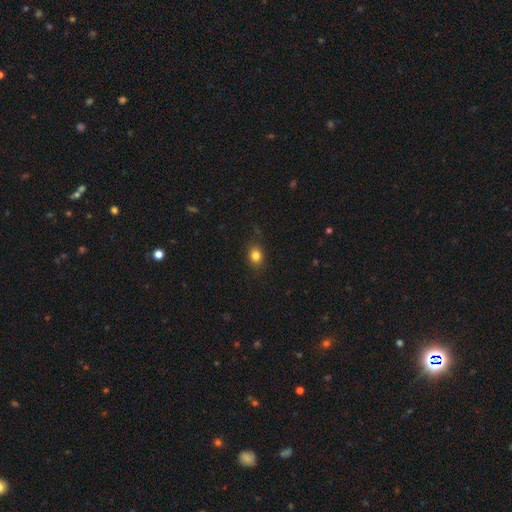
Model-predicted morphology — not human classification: This is clearly a smooth galaxy (83%). How rounded: possibly in between (52%). Merging: clearly none (84%).